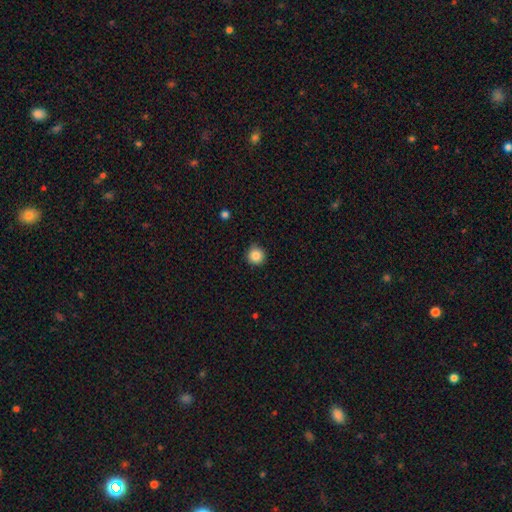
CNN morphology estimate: Smooth or featured: smooth — 86% (star or artifact — 10%)
How rounded: round — 95% (in between — 4%)
Merging: none — 88% (minor disturbance — 9%)